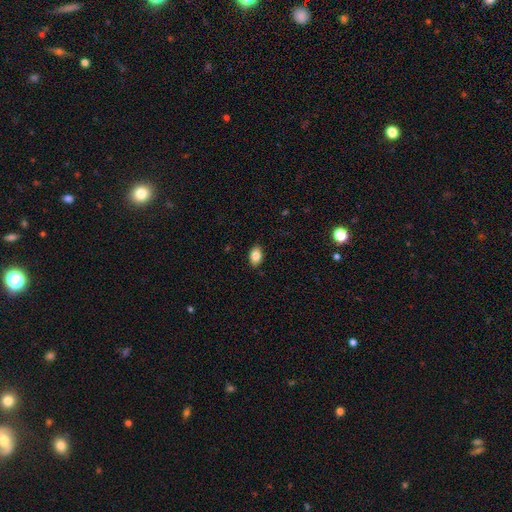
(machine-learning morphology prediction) This appears to be a smooth galaxy with no disk features (84%) that is in between round and cigar-shaped (87%). Merging: none (88%).